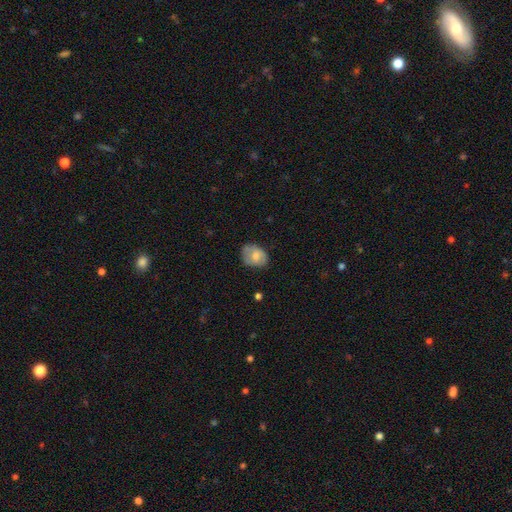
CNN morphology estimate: This is likely a smooth galaxy (69%). How rounded: likely in between (66%). Merging: likely none (63%).